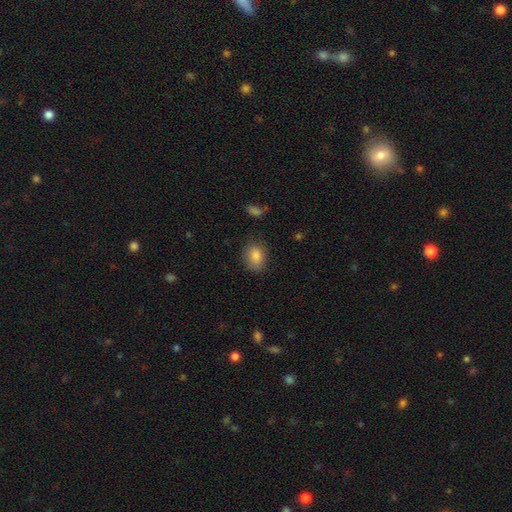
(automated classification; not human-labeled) Overall: smooth (85%). How rounded: in between (65%; round 33%). Merging: none (78%).